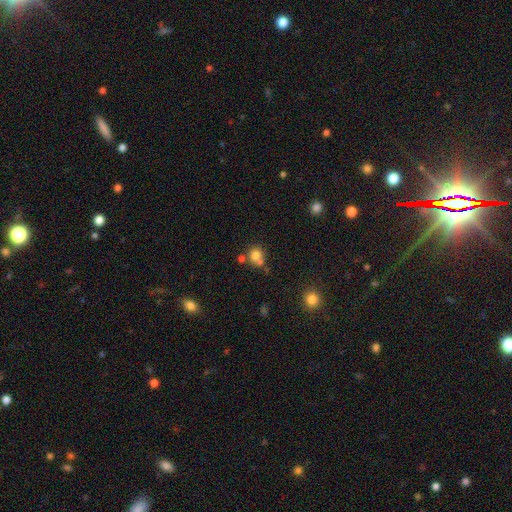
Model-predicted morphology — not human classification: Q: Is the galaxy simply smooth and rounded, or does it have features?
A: smooth — 76%.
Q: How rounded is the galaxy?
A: round — 88%.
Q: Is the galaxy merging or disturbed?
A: none — 56%.